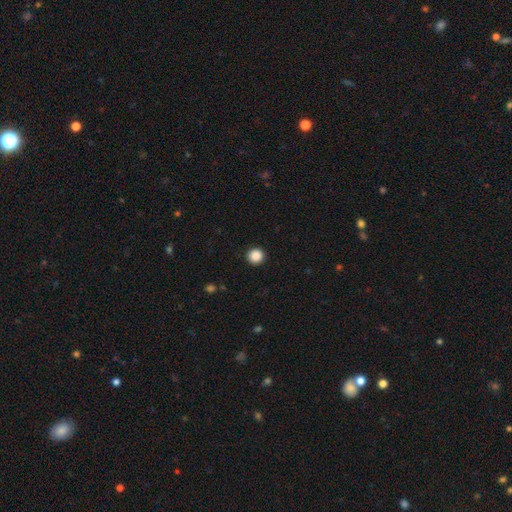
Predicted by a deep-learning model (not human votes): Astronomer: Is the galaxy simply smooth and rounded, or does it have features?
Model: smooth — 88%.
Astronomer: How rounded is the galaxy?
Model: round — 94%.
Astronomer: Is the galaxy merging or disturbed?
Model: none — 93%.